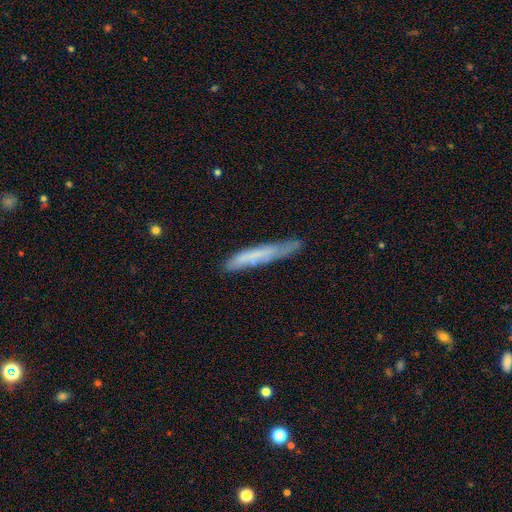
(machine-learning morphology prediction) smooth-or-featured: smooth: 59% | featured or disk: 34% | star or artifact: 7%
  how-rounded: cigar-shaped: 93% | in between: 5% | round: 1%
  merging: none: 69% | minor disturbance: 23% | major disturbance: 5% | merger: 2%